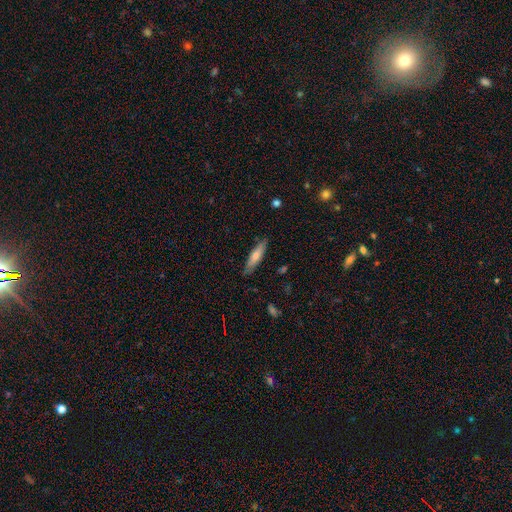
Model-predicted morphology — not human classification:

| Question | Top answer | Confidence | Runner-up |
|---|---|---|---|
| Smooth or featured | smooth | 59% | featured or disk (35%) |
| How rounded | cigar-shaped | 76% | in between (22%) |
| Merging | none | 84% | minor disturbance (12%) |